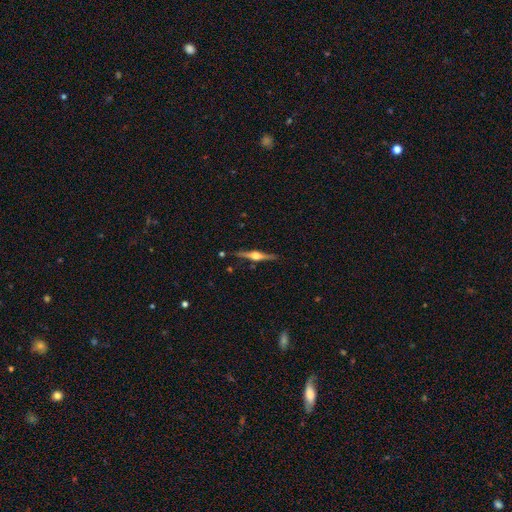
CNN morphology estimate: Smooth or featured: featured or disk — 84% (smooth — 11%)
Edge-on disk: yes — 98% (no — 2%)
Edge-on bulge: rounded — 94% (boxy — 5%)
Merging: none — 89% (minor disturbance — 8%)